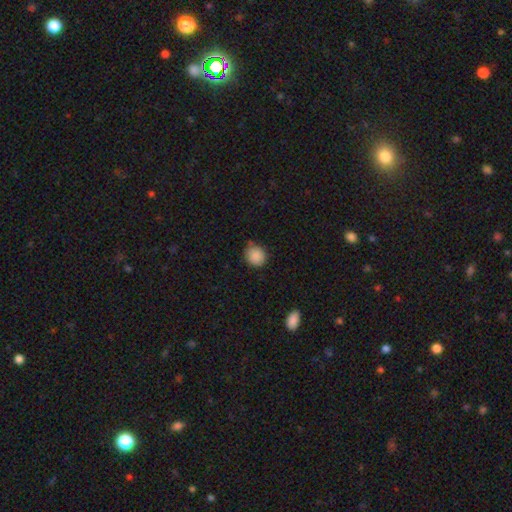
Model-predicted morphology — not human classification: Smooth or featured?
  - smooth: 88% *
  - star or artifact: 9%
  - featured or disk: 3%
How rounded?
  - round: 81% *
  - in between: 18%
  - cigar-shaped: 1%
Merging?
  - none: 74% *
  - minor disturbance: 20%
  - major disturbance: 3%
  - merger: 3%